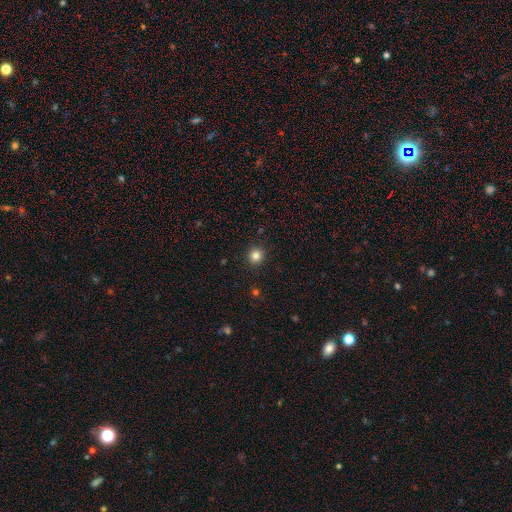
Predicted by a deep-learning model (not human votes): Smooth or featured? smooth (83%)
How rounded? round (92%)
Merging? none (92%)